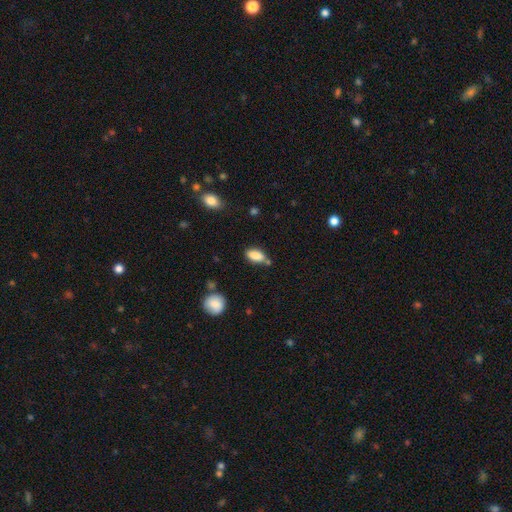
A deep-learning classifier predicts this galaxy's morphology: Smooth or featured? Predicted: smooth (p=0.85). How rounded? Predicted: in between (p=0.87). Merging? Predicted: none (p=0.66).